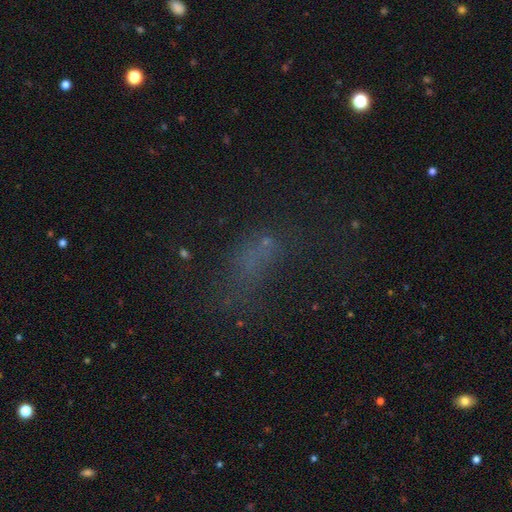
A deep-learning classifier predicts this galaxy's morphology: Q: Smooth or featured?
A: smooth (44%); runner-up: star or artifact (36%)
Q: Merging?
A: none (41%); runner-up: major disturbance (34%)